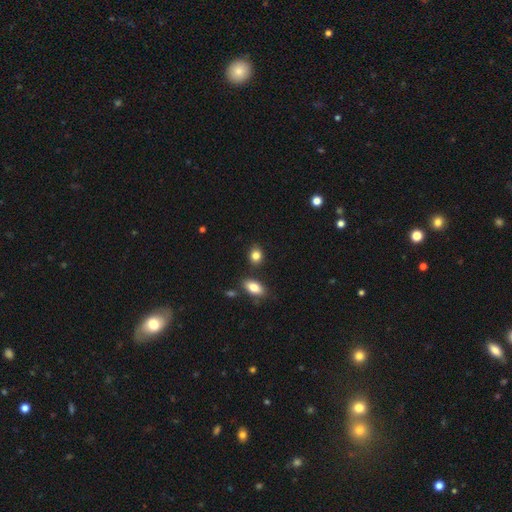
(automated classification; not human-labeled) A smooth galaxy with no disk features (84%) that is in between round and cigar-shaped (52%).

Vote fractions:
- Smooth or featured? smooth: 84% / star or artifact: 9% / featured or disk: 7%
- How rounded? in between: 52% / round: 46% / cigar-shaped: 2%
- Merging? none: 82% / minor disturbance: 10% / merger: 6% / major disturbance: 3%